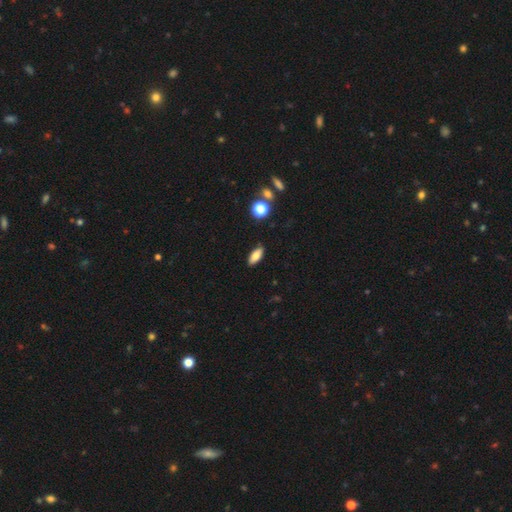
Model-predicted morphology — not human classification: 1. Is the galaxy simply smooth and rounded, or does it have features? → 76% smooth, 15% featured or disk, 9% star or artifact.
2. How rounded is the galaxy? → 79% in between, 17% cigar-shaped, 4% round.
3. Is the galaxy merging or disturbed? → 87% none, 9% minor disturbance, 2% major disturbance, 2% merger.